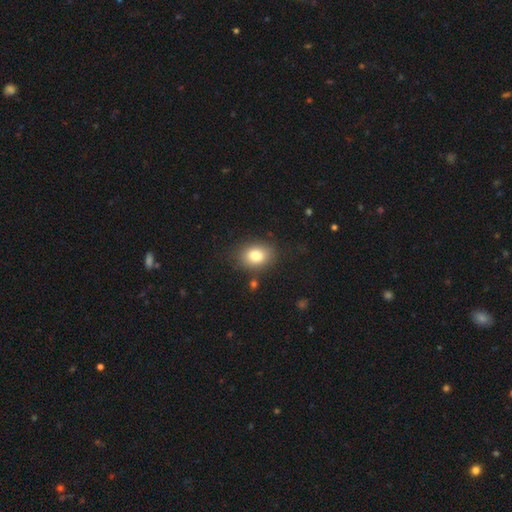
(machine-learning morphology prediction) The model was most divided on "how rounded": in between: 63%, round: 36%, cigar-shaped: 1%. More confident: merging — none (82%); smooth or featured — smooth (81%).